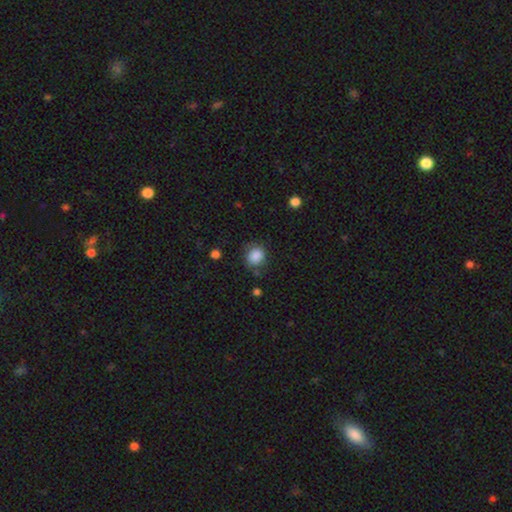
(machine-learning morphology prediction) Smooth or featured: smooth — 87% (star or artifact — 9%)
How rounded: round — 71% (in between — 28%)
Merging: none — 76% (minor disturbance — 16%)